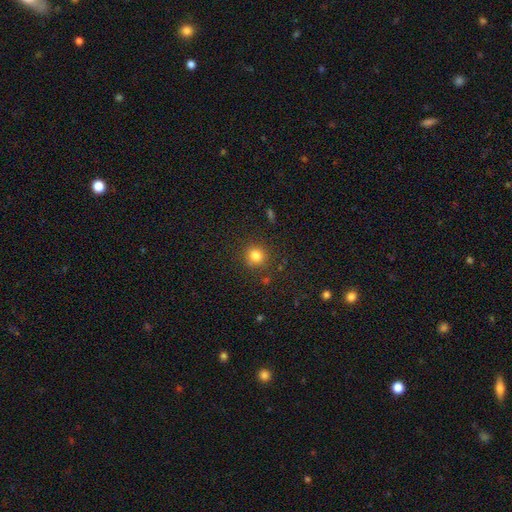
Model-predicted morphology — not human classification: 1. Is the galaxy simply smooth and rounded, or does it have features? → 81% smooth, 13% star or artifact, 6% featured or disk.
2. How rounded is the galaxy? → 91% round, 8% in between, 1% cigar-shaped.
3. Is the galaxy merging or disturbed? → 87% none, 8% minor disturbance, 3% major disturbance, 2% merger.